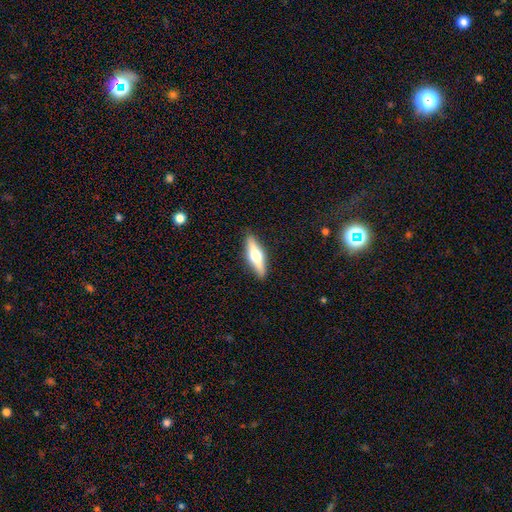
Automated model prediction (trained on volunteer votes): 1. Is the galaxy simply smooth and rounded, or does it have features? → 55% featured or disk, 39% smooth, 6% star or artifact.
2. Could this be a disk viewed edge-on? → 94% yes, 6% no.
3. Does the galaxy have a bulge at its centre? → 95% rounded, 3% boxy, 2% none.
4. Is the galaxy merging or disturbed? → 90% none, 7% minor disturbance, 2% major disturbance, 1% merger.